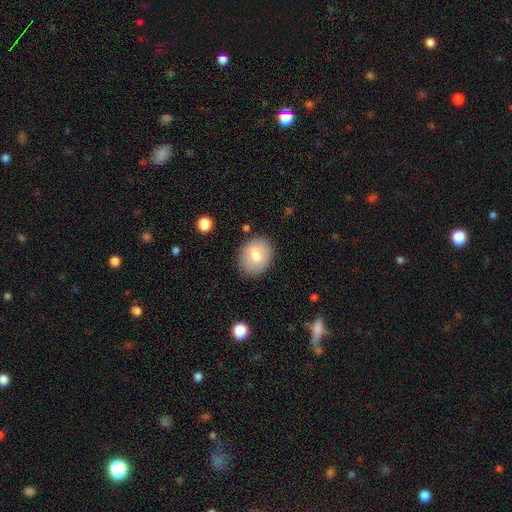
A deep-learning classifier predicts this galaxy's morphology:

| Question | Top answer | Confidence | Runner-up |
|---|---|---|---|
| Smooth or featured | smooth | 75% | featured or disk (17%) |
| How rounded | round | 51% | in between (48%) |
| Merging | none | 85% | minor disturbance (11%) |